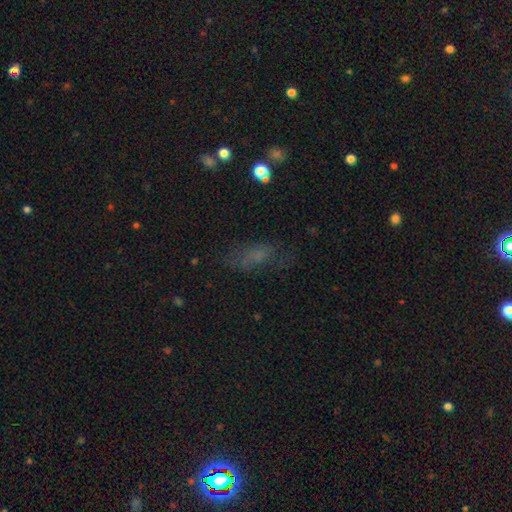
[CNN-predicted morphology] Smooth or featured: smooth — 53% (featured or disk — 24%)
How rounded: in between — 69% (cigar-shaped — 24%)
Merging: none — 60% (minor disturbance — 20%)